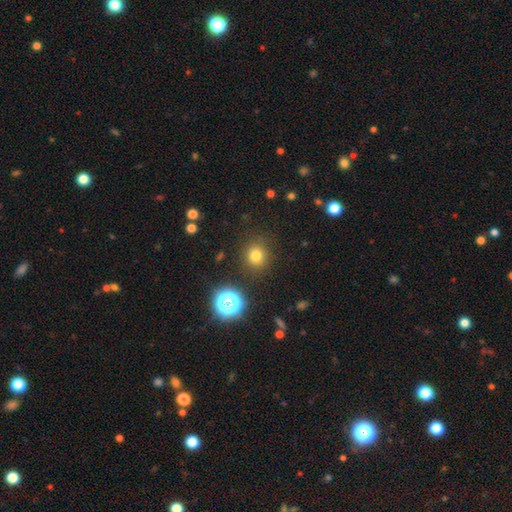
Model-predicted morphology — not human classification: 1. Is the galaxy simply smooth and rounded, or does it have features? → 76% smooth, 17% star or artifact, 7% featured or disk.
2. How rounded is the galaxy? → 89% round, 10% in between, 1% cigar-shaped.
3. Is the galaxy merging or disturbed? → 88% none, 7% minor disturbance, 3% major disturbance, 2% merger.